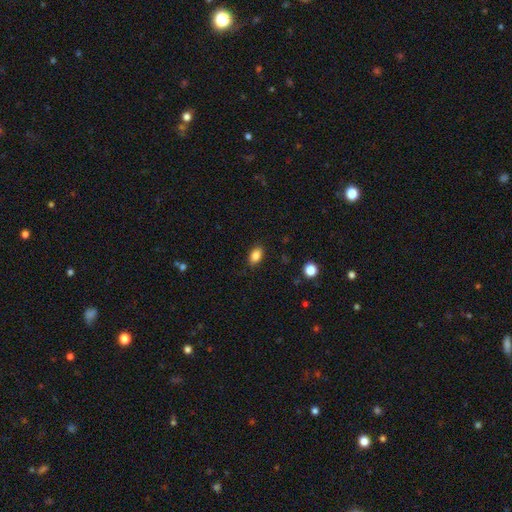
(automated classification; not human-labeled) A smooth galaxy with no disk features (85%) that is in between round and cigar-shaped (88%). Merging: none (87%).